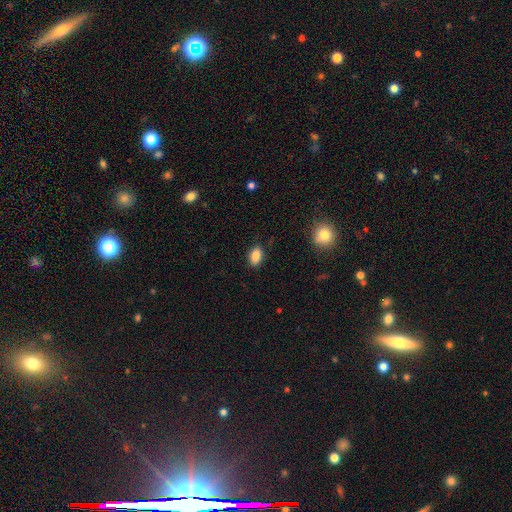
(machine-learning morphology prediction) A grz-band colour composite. It shows a smooth galaxy with no disk features (87%) that is in between round and cigar-shaped (90%). Merging: none (87%).